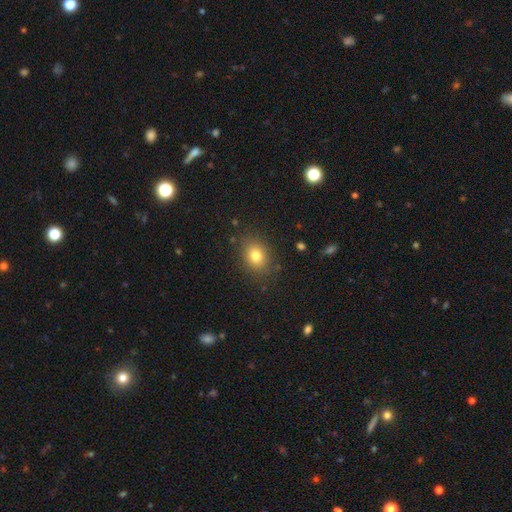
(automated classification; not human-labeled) Overall: smooth (78%). How rounded: in between (50%; round 49%). Merging: none (85%).